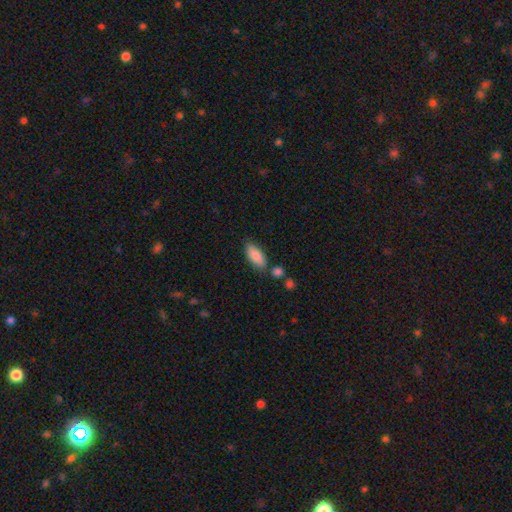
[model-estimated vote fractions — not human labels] smooth 86%, featured or disk 8%, star or artifact 6%. Down the decision tree: how rounded — in between (84%); merging — none (73%).